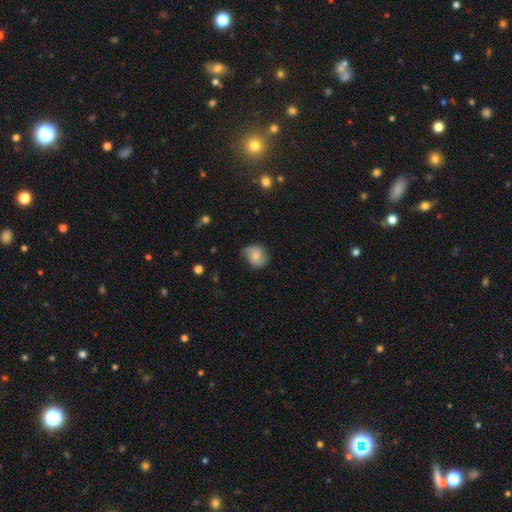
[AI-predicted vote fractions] Overall: smooth (69%). How rounded: round (68%; in between 31%). Merging: none (67%).